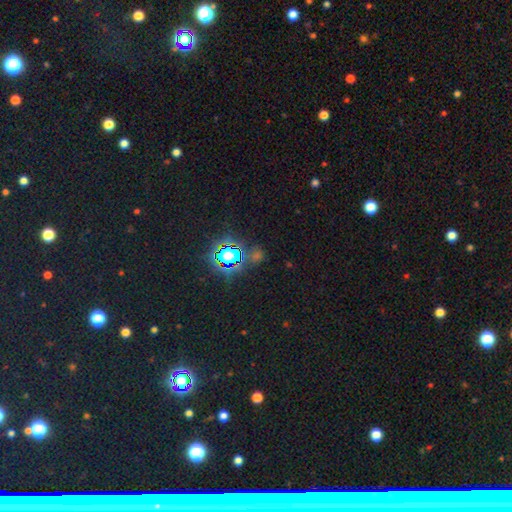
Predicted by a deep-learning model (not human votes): Smooth or featured? Predicted: star or artifact (p=0.72).